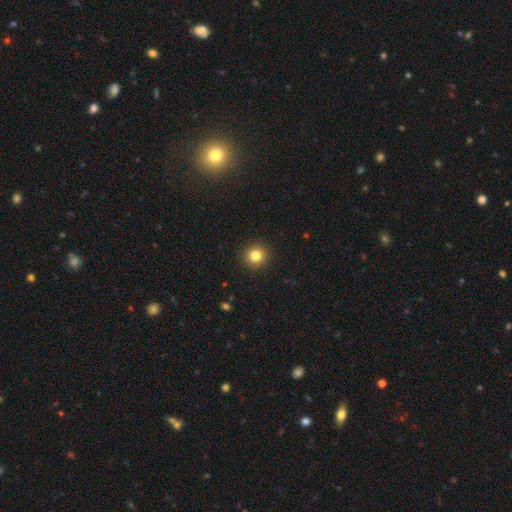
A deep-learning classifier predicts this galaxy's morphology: Smooth or featured?
  - smooth: 82% *
  - star or artifact: 12%
  - featured or disk: 6%
How rounded?
  - round: 93% *
  - in between: 7%
  - cigar-shaped: 1%
Merging?
  - none: 93% *
  - minor disturbance: 5%
  - major disturbance: 2%
  - merger: 1%